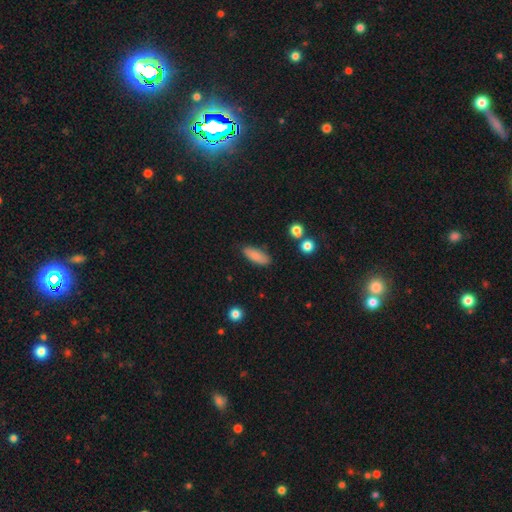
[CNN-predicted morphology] A smooth galaxy with no disk features (86%) that is in between round and cigar-shaped (67%).

Vote fractions:
- Smooth or featured? smooth: 86% / featured or disk: 7% / star or artifact: 7%
- How rounded? in between: 67% / cigar-shaped: 30% / round: 2%
- Merging? none: 85% / minor disturbance: 11% / major disturbance: 2% / merger: 2%